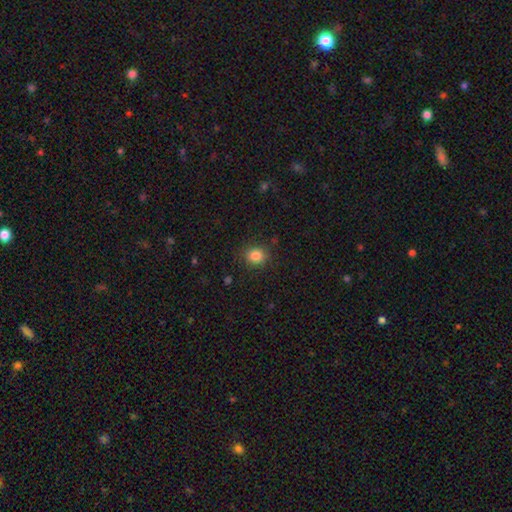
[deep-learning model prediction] The model was most divided on "how rounded": round: 80%, in between: 20%, cigar-shaped: 1%. More confident: merging — none (87%); smooth or featured — smooth (84%).